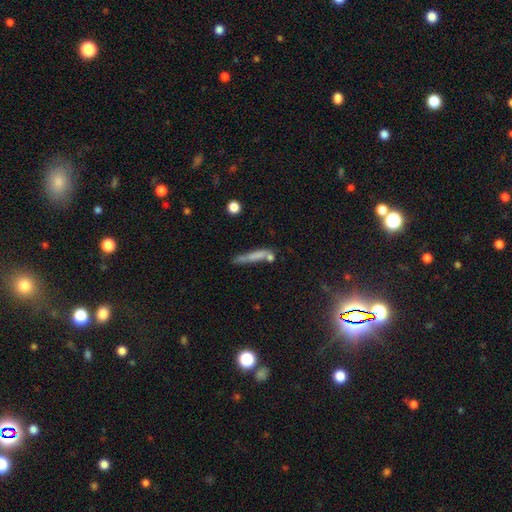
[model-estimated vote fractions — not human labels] Smooth or featured? Predicted: smooth (p=0.67). How rounded? Predicted: cigar-shaped (p=0.88). Merging? Predicted: none (p=0.52).